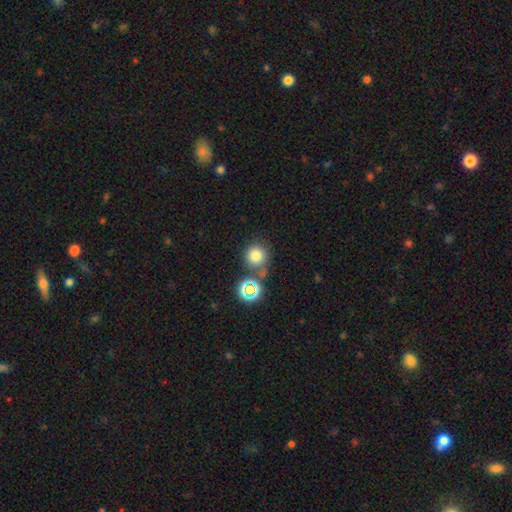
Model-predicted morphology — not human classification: Overall: smooth (76%). How rounded: round (92%). Merging: none (67%).